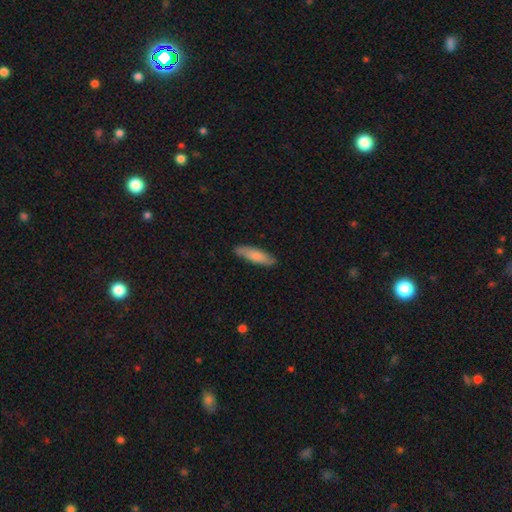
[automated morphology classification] Smooth or featured? Predicted: smooth (p=0.77). How rounded? Predicted: cigar-shaped (p=0.64). Merging? Predicted: none (p=0.87).